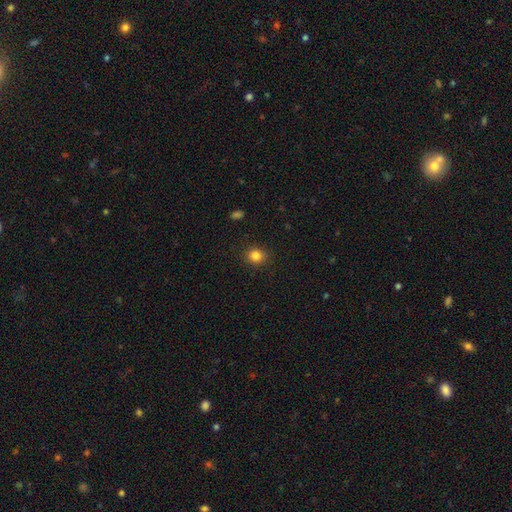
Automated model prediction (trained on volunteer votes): This appears to be a smooth galaxy with no disk features (84%) that is round (81%). Merging: none (90%).